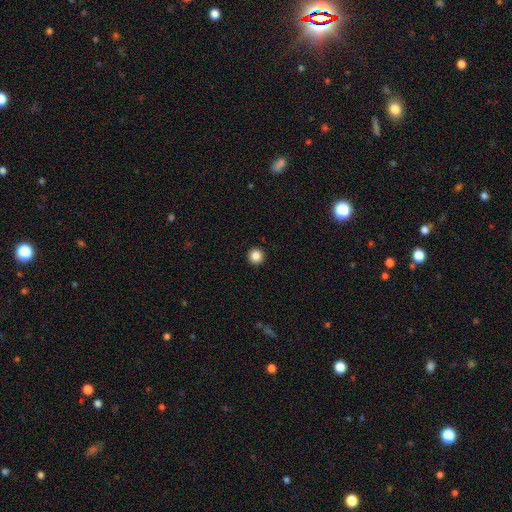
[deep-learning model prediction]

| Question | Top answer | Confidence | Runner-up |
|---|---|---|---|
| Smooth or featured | smooth | 86% | star or artifact (11%) |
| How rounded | round | 96% | in between (3%) |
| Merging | none | 94% | minor disturbance (4%) |